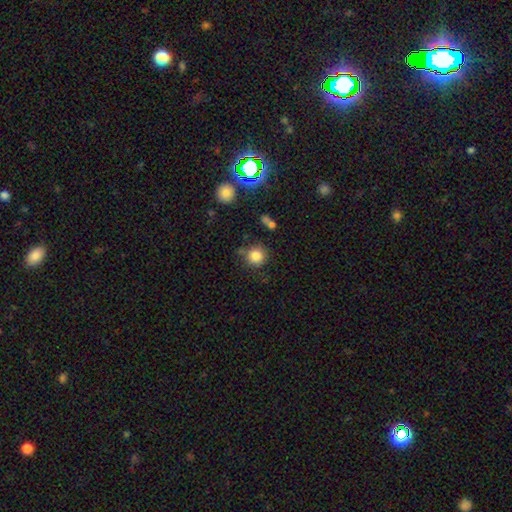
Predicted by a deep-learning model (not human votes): Smooth or featured? Predicted: smooth (p=0.83). How rounded? Predicted: round (p=0.92). Merging? Predicted: none (p=0.78).